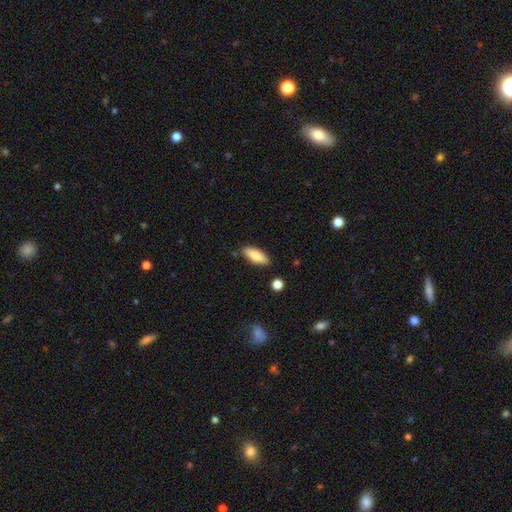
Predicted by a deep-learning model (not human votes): This is clearly a smooth galaxy (82%). How rounded: likely in between (70%). Merging: clearly none (84%).